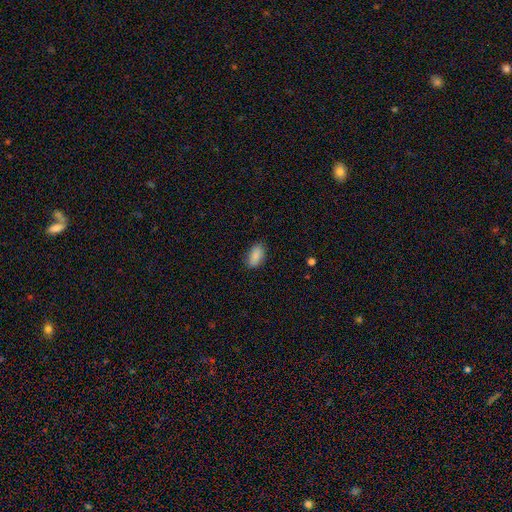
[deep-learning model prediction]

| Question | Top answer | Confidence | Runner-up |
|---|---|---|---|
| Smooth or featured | smooth | 89% | star or artifact (7%) |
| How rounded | in between | 92% | cigar-shaped (5%) |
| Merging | none | 81% | minor disturbance (15%) |